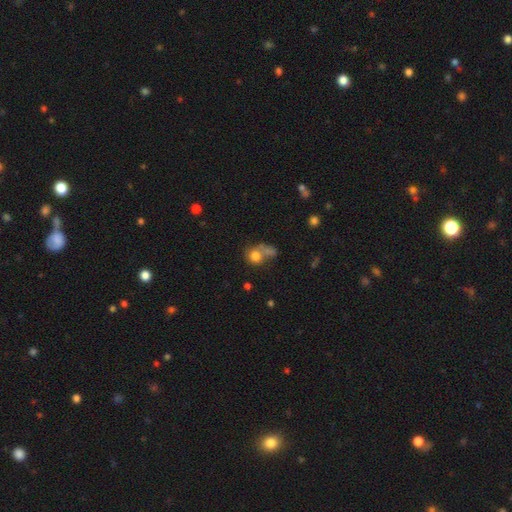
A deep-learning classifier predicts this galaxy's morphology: Smooth or featured? smooth (77%)
How rounded? round (70%)
Merging? merger (39%)